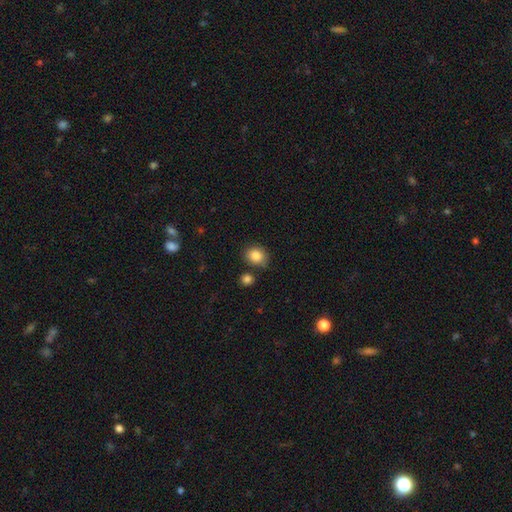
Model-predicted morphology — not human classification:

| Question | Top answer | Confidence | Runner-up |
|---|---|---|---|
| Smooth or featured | smooth | 86% | star or artifact (9%) |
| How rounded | round | 65% | in between (34%) |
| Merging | none | 75% | minor disturbance (14%) |